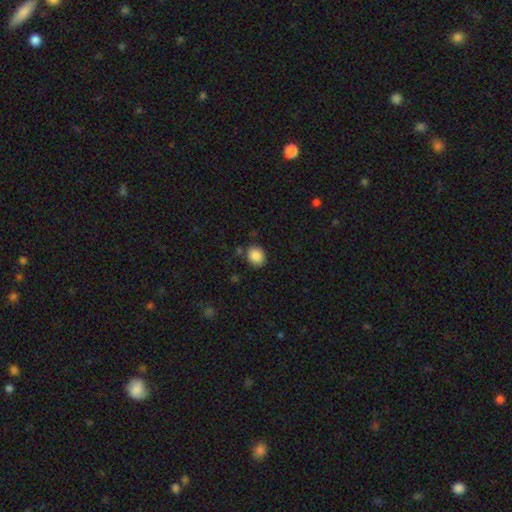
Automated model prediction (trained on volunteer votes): A smooth galaxy with no disk features (88%) that is round (55%). Merging: none (83%).